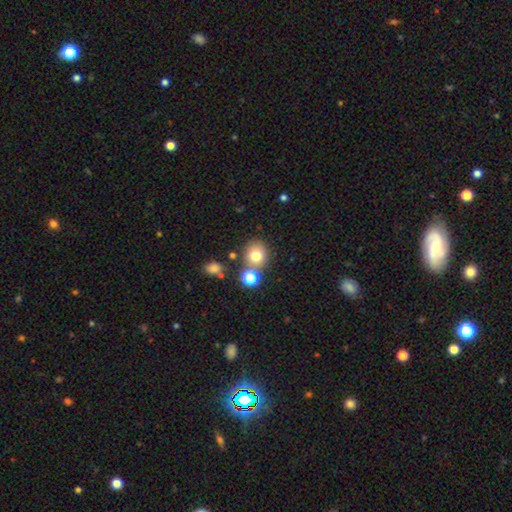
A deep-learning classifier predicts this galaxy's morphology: type=smooth (74%); roundness=round (79%); merging=none (68%).